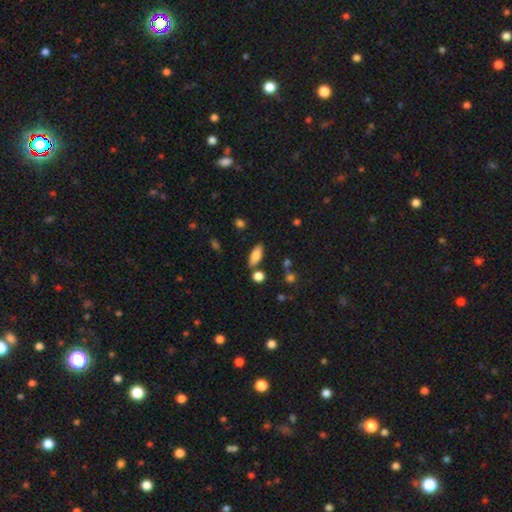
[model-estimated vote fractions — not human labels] smooth_or_featured: smooth (p=0.82) [alt: featured or disk p=0.11]
how_rounded: in between (p=0.80) [alt: cigar-shaped p=0.18]
merging: none (p=0.78) [alt: minor disturbance p=0.11]